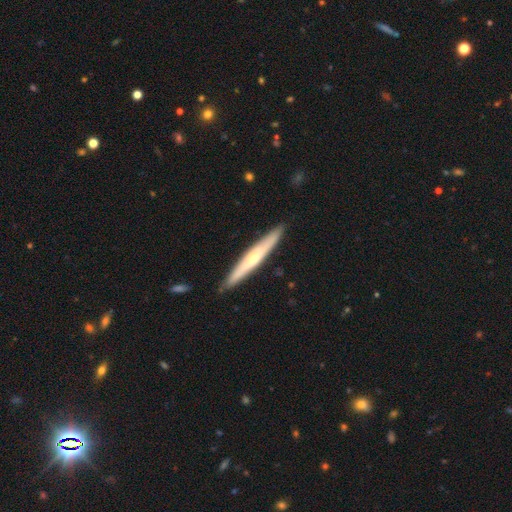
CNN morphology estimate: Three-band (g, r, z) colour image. It shows a featured or disk galaxy (59%) viewed edge-on (93%) with a rounded central bulge (70%). Merging: none (90%).